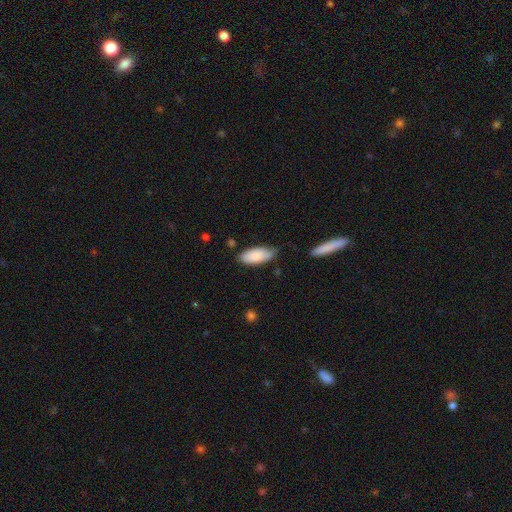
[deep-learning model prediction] Q: Smooth or featured?
A: smooth (86%); runner-up: featured or disk (9%)
Q: How rounded?
A: in between (86%); runner-up: cigar-shaped (13%)
Q: Merging?
A: none (69%); runner-up: minor disturbance (24%)